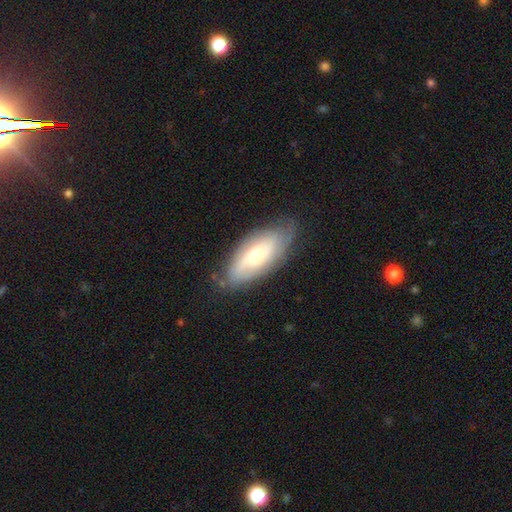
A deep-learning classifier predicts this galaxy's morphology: Overall: featured or disk (53%; smooth 41%). Edge-on disk: no (83%). Merging: none (71%).